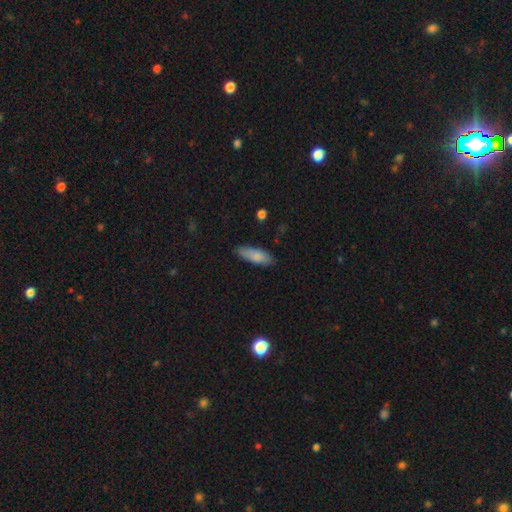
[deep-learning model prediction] Smooth or featured?
  - smooth: 82% *
  - featured or disk: 12%
  - star or artifact: 6%
How rounded?
  - in between: 62% *
  - cigar-shaped: 36%
  - round: 2%
Merging?
  - none: 78% *
  - minor disturbance: 18%
  - major disturbance: 3%
  - merger: 2%